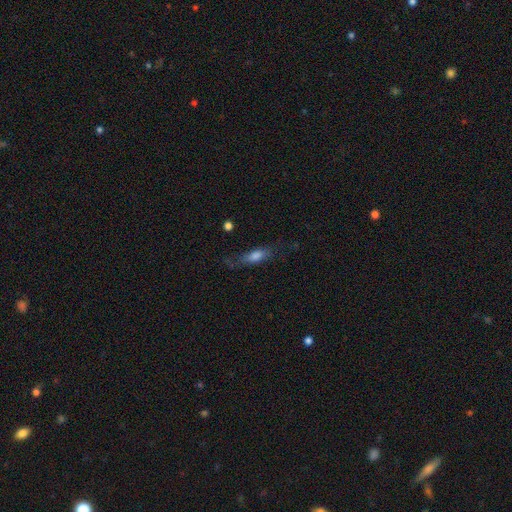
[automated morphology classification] smooth 70%, featured or disk 21%, star or artifact 8%. Down the decision tree: how rounded — in between (54%); merging — none (58%).